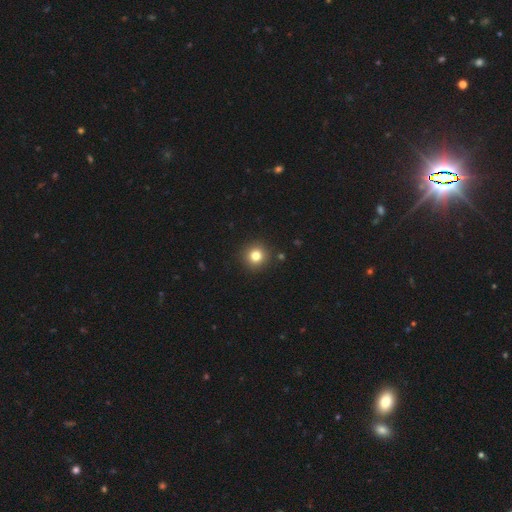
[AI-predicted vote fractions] A smooth galaxy with no disk features (80%) that is round (94%).

Vote fractions:
- Smooth or featured? smooth: 80% / star or artifact: 13% / featured or disk: 7%
- How rounded? round: 94% / in between: 5% / cigar-shaped: 1%
- Merging? none: 91% / minor disturbance: 6% / major disturbance: 2% / merger: 2%